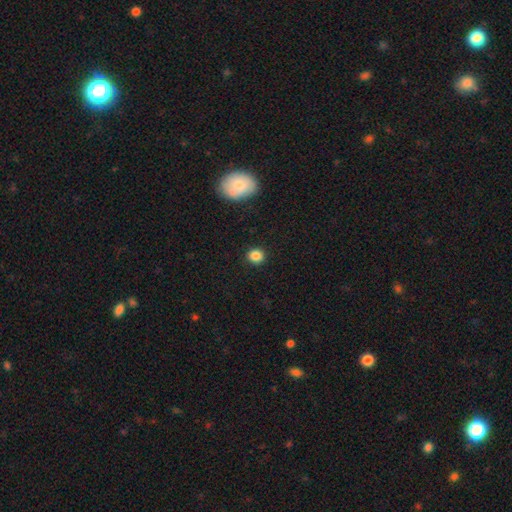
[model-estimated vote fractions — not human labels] A smooth galaxy with no disk features (85%) that is round (83%).

Vote fractions:
- Smooth or featured? smooth: 85% / star or artifact: 11% / featured or disk: 4%
- How rounded? round: 83% / in between: 16% / cigar-shaped: 1%
- Merging? none: 90% / minor disturbance: 6% / major disturbance: 2% / merger: 1%